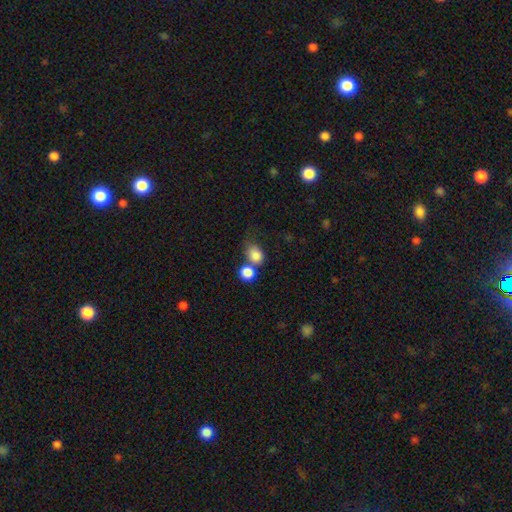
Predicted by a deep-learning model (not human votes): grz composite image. It shows a smooth galaxy with no disk features (84%) that is round (51%). Merging: merger (45%).